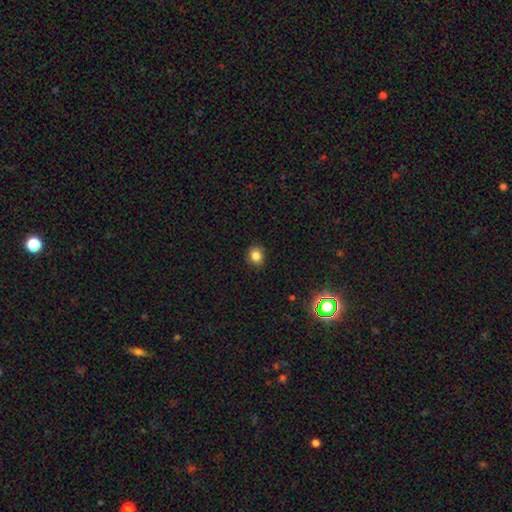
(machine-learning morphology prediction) Smooth or featured? smooth (83%)
How rounded? round (79%)
Merging? none (89%)